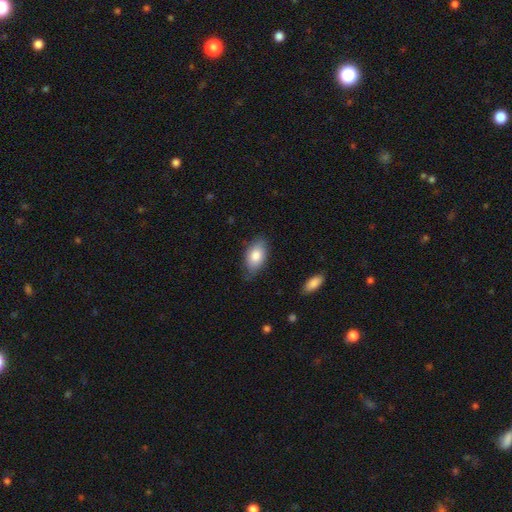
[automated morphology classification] smooth_or_featured: smooth (p=0.83) [alt: featured or disk p=0.11]
how_rounded: in between (p=0.93) [alt: round p=0.05]
merging: none (p=0.75) [alt: minor disturbance p=0.20]